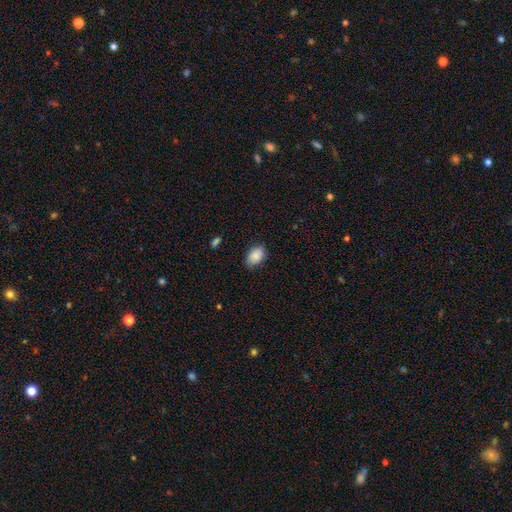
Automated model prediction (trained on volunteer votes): A smooth galaxy with no disk features (88%) that is in between round and cigar-shaped (88%).

Vote fractions:
- Smooth or featured? smooth: 88% / star or artifact: 7% / featured or disk: 5%
- How rounded? in between: 88% / round: 11% / cigar-shaped: 1%
- Merging? none: 80% / minor disturbance: 16% / major disturbance: 3% / merger: 1%